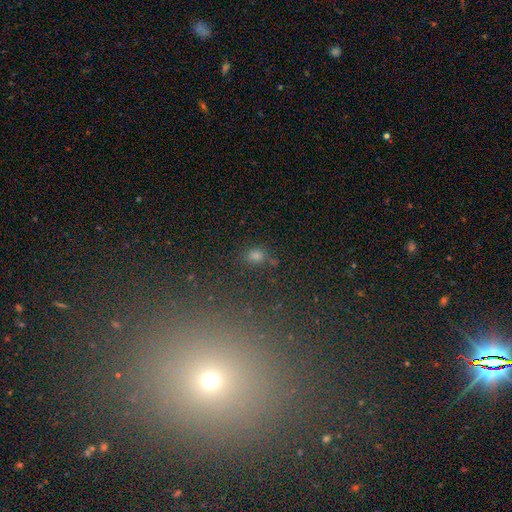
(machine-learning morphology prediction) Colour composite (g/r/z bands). It shows a smooth galaxy with no disk features (65%) that is in between round and cigar-shaped (62%). Merging: none (72%).